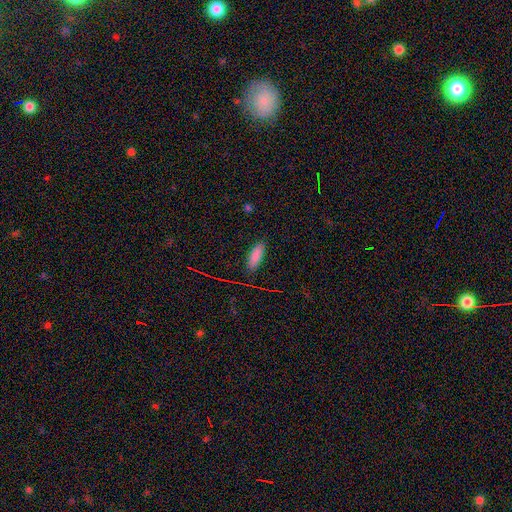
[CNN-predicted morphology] A smooth galaxy with no disk features (83%) that is in between round and cigar-shaped (60%). Merging: none (85%).